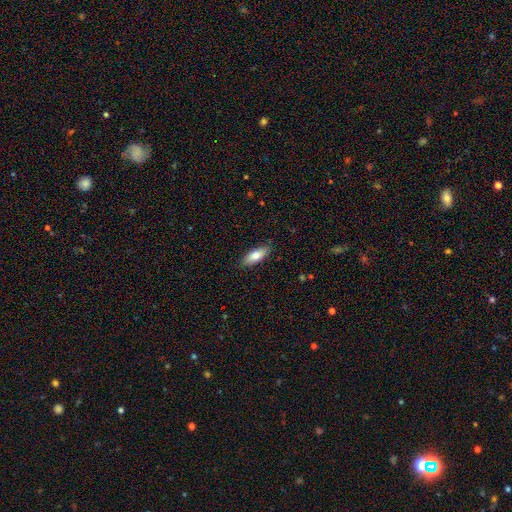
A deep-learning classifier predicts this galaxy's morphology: smooth-or-featured: smooth: 73% | featured or disk: 20% | star or artifact: 6%
  how-rounded: in between: 70% | cigar-shaped: 28% | round: 2%
  merging: none: 85% | minor disturbance: 12% | major disturbance: 2% | merger: 1%